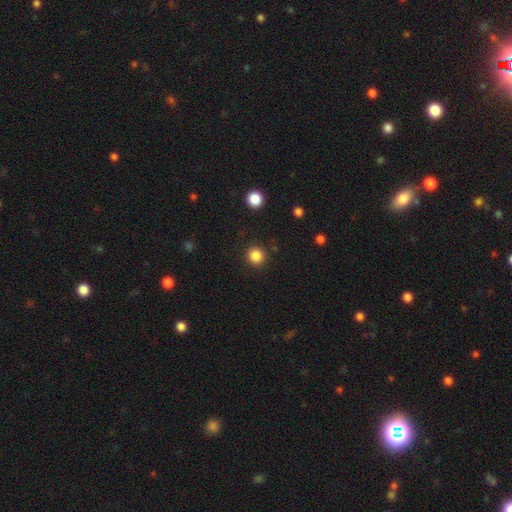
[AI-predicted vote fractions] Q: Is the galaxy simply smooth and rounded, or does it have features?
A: smooth — 85%.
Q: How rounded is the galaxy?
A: round — 93%.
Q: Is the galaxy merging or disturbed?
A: none — 90%.